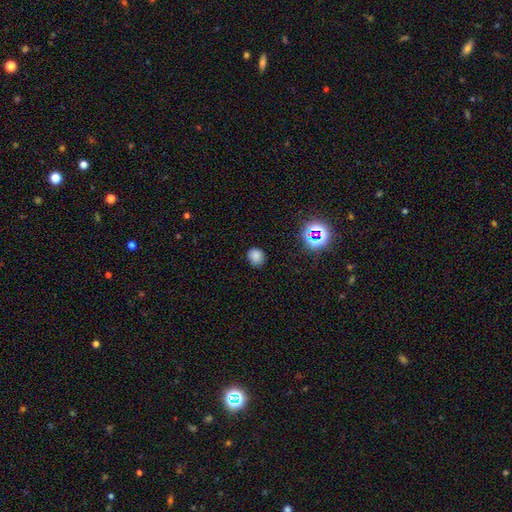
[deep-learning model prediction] Q: Smooth or featured?
A: smooth (78%); runner-up: star or artifact (17%)
Q: How rounded?
A: round (73%); runner-up: in between (26%)
Q: Merging?
A: none (81%); runner-up: minor disturbance (14%)